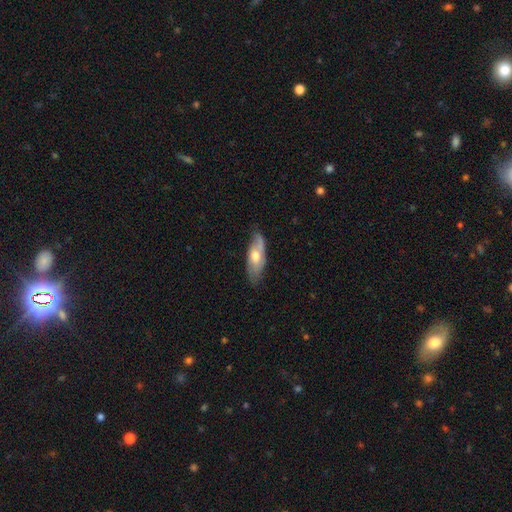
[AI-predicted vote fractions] Smooth or featured? Predicted: featured or disk (p=0.48). Merging? Predicted: none (p=0.68).